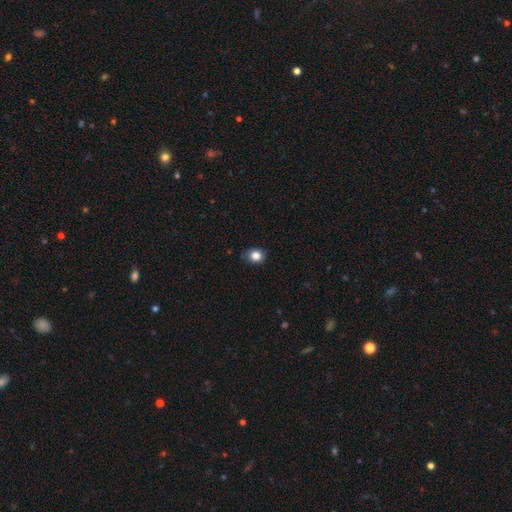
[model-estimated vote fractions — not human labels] Smooth or featured?
  - smooth: 84% *
  - star or artifact: 10%
  - featured or disk: 6%
How rounded?
  - round: 56% *
  - in between: 43%
  - cigar-shaped: 1%
Merging?
  - none: 75% *
  - minor disturbance: 20%
  - major disturbance: 4%
  - merger: 1%